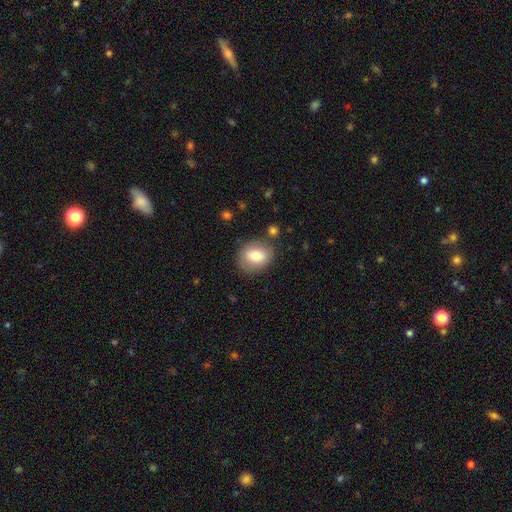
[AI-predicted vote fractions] Smooth or featured? smooth (76%)
How rounded? round (51%)
Merging? none (79%)